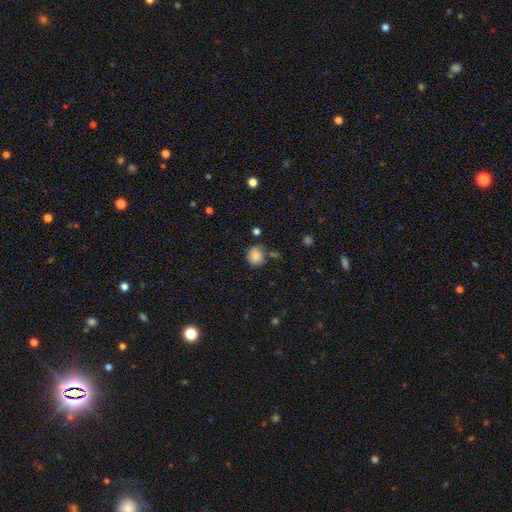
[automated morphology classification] A smooth galaxy with no disk features (84%) that is round (78%).

Vote fractions:
- Smooth or featured? smooth: 84% / star or artifact: 10% / featured or disk: 7%
- How rounded? round: 78% / in between: 21% / cigar-shaped: 1%
- Merging? none: 72% / minor disturbance: 17% / merger: 7% / major disturbance: 4%